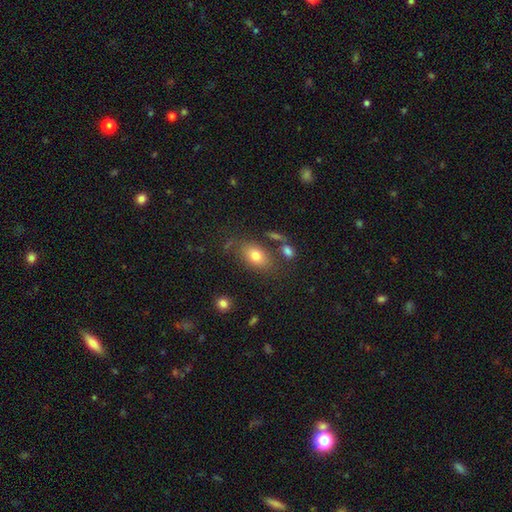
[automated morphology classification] This is likely a smooth galaxy (76%). How rounded: clearly in between (83%). Merging: likely none (69%).